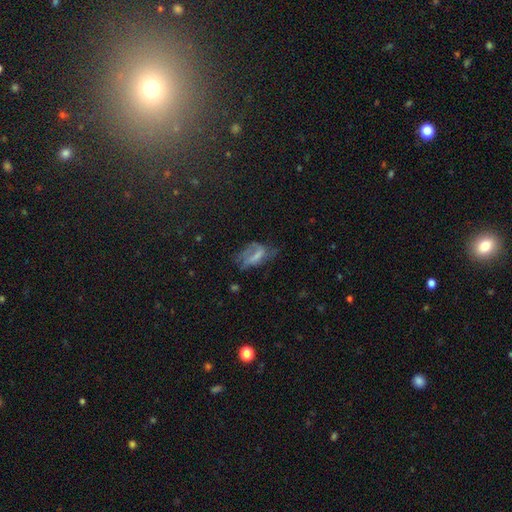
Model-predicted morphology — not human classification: A featured or disk galaxy (43%).

Vote fractions:
- Smooth or featured? featured or disk: 43% / smooth: 42% / star or artifact: 15%
- Merging? major disturbance: 40% / none: 31% / minor disturbance: 25% / merger: 4%